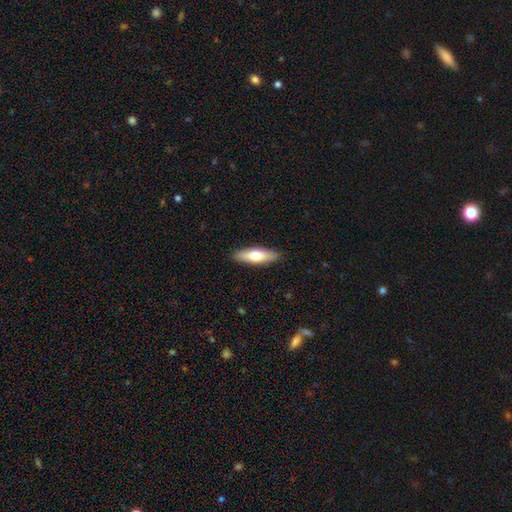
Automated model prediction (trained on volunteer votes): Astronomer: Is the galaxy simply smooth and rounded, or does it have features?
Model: smooth — 66%.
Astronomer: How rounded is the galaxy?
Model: cigar-shaped — 54% (runner-up: in between, 44%).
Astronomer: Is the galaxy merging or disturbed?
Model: none — 89%.